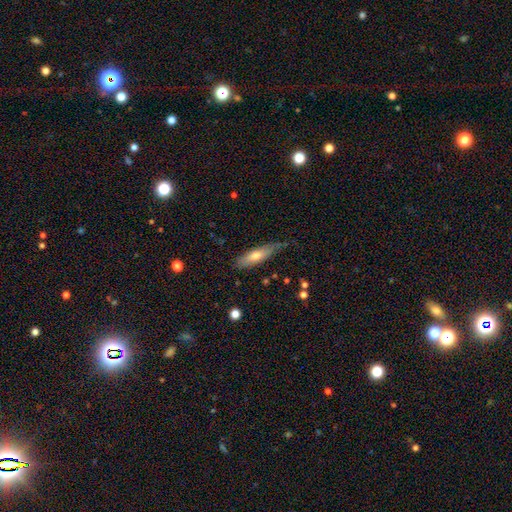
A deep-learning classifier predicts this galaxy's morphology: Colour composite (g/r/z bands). It shows a smooth galaxy with no disk features (64%) that is cigar-shaped (62%). Merging: none (63%).